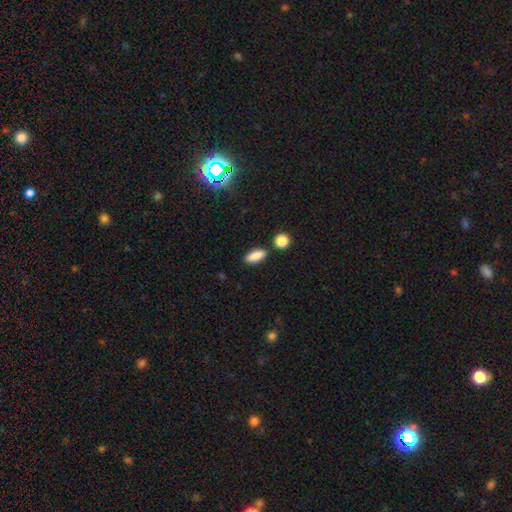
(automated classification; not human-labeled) Overall: smooth (86%). How rounded: in between (75%). Merging: none (84%).